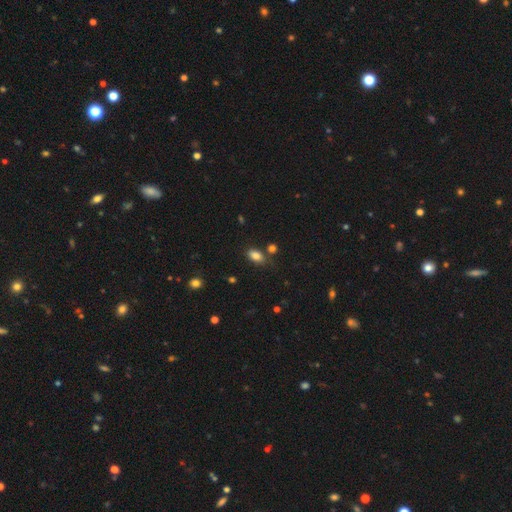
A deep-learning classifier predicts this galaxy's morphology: Smooth or featured? smooth (84%)
How rounded? in between (88%)
Merging? none (73%)